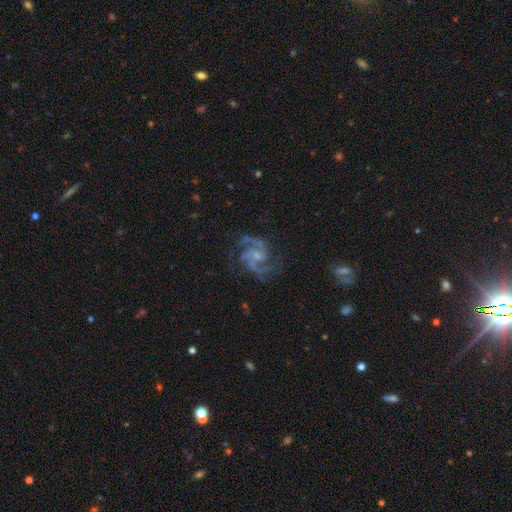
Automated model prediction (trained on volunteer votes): A featured or disk galaxy (91%) with no bar (55%), 2 (43%) medium (61%) spiral arms (98%) and a small central bulge (58%).

Vote fractions:
- Smooth or featured? featured or disk: 91% / star or artifact: 5% / smooth: 4%
- Edge-on disk? no: 98% / yes: 2%
- Bar? no: 55% / weak: 37% / strong: 8%
- Spiral arms? yes: 98% / no: 2%
- Spiral winding? medium: 61% / tight: 24% / loose: 14%
- Spiral arm count? 2: 43% / 3: 36% / can't tell: 7% / 4: 6% / 1: 4% / more than 4: 4%
- Bulge size? small: 58% / moderate: 30% / none: 9% / large: 2% / dominant: 1%
- Merging? none: 70% / minor disturbance: 17% / major disturbance: 11% / merger: 2%